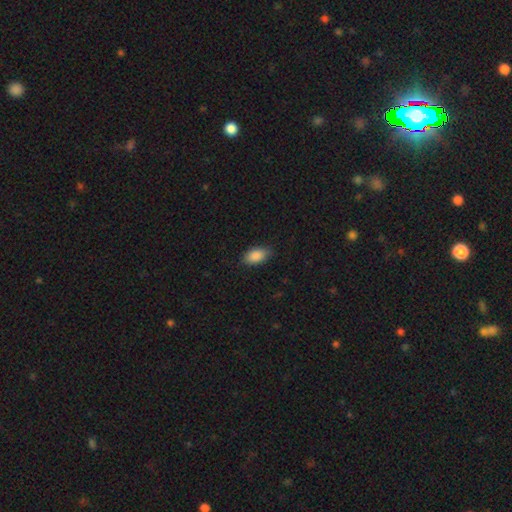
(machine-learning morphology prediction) This is clearly a smooth galaxy (88%). How rounded: clearly in between (93%). Merging: clearly none (82%).